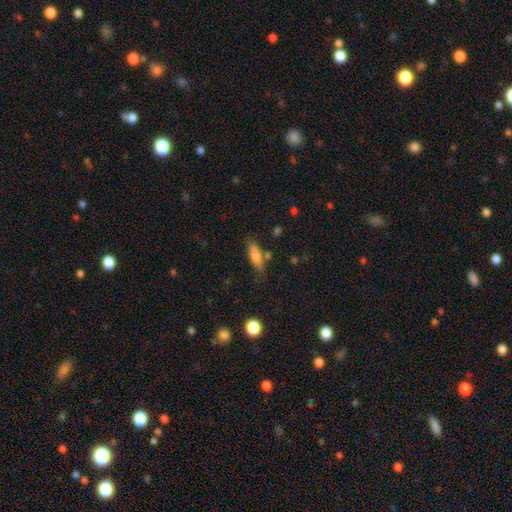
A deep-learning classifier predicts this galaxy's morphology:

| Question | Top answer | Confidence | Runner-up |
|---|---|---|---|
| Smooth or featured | smooth | 74% | featured or disk (18%) |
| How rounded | in between | 54% | cigar-shaped (44%) |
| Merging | none | 66% | minor disturbance (19%) |